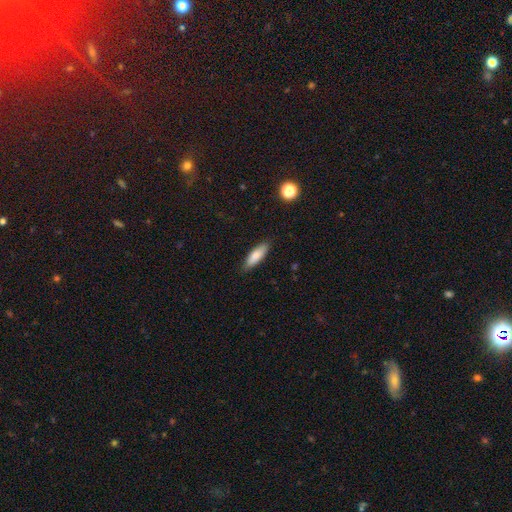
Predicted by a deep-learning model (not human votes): smooth_or_featured: smooth (p=0.83) [alt: featured or disk p=0.11]
how_rounded: in between (p=0.51) [alt: cigar-shaped p=0.48]
merging: none (p=0.86) [alt: minor disturbance p=0.11]